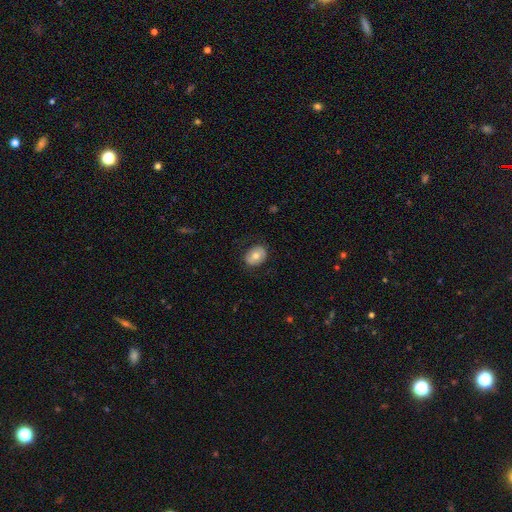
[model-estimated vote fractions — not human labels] This is likely a smooth galaxy (70%). How rounded: likely in between (66%). Merging: clearly none (83%).